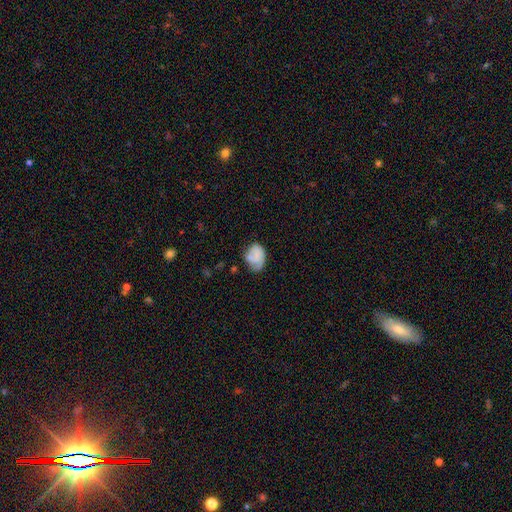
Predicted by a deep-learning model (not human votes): Smooth or featured: smooth — 65% (featured or disk — 26%)
How rounded: in between — 76% (round — 23%)
Merging: none — 49% (minor disturbance — 32%)